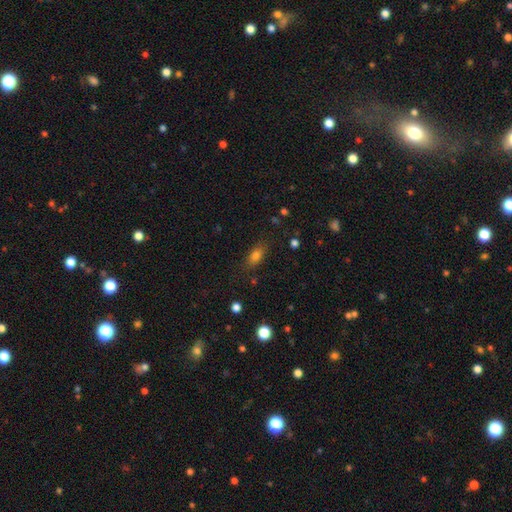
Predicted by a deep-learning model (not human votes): A smooth galaxy with no disk features (75%) that is in between round and cigar-shaped (79%).

Vote fractions:
- Smooth or featured? smooth: 75% / star or artifact: 14% / featured or disk: 10%
- How rounded? in between: 79% / cigar-shaped: 11% / round: 10%
- Merging? none: 80% / minor disturbance: 13% / major disturbance: 4% / merger: 2%